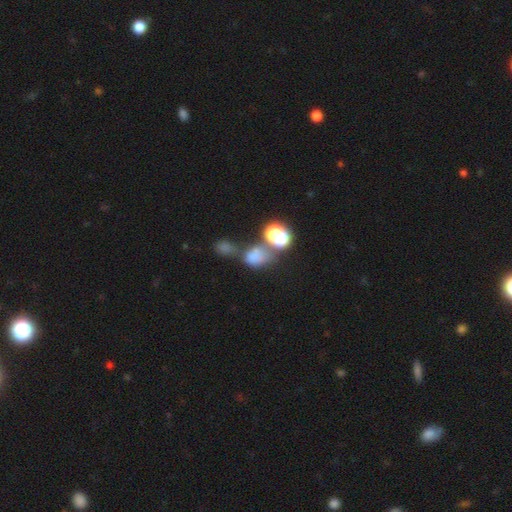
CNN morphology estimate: Smooth or featured? smooth (59%)
How rounded? in between (59%)
Merging? merger (46%)